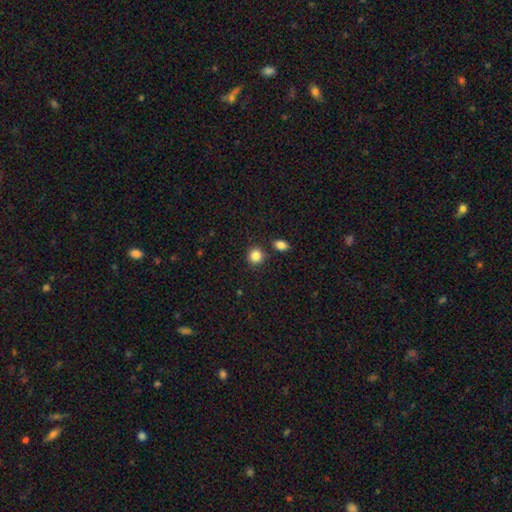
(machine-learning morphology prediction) Smooth or featured: smooth — 86% (star or artifact — 10%)
How rounded: round — 88% (in between — 11%)
Merging: none — 83% (minor disturbance — 8%)